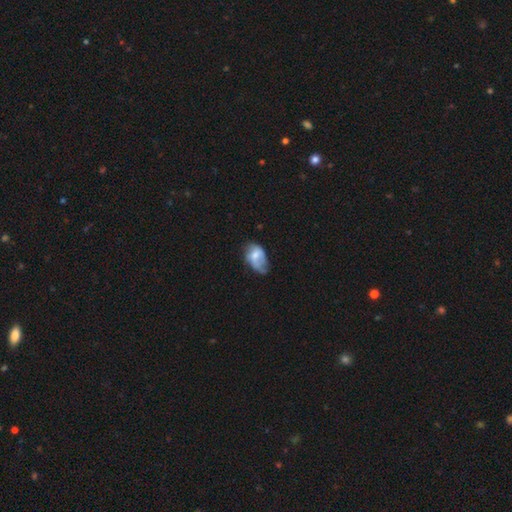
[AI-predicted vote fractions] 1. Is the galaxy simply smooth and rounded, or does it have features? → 54% smooth, 39% featured or disk, 8% star or artifact.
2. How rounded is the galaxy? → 88% in between, 10% round, 2% cigar-shaped.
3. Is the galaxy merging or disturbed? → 40% minor disturbance, 33% none, 23% major disturbance, 3% merger.